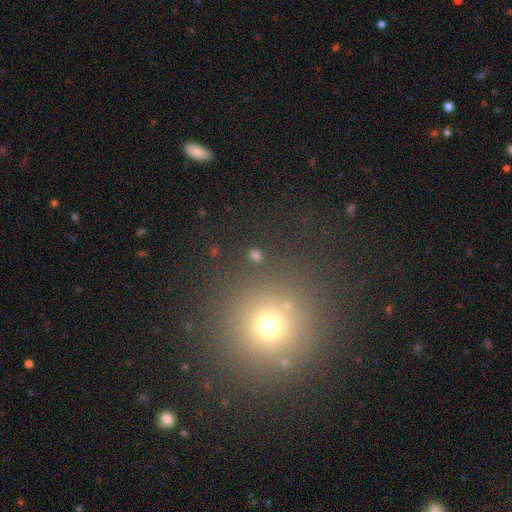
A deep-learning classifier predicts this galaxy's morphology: Smooth or featured?
  - smooth: 62% *
  - star or artifact: 29%
  - featured or disk: 8%
How rounded?
  - round: 88% *
  - in between: 11%
  - cigar-shaped: 2%
Merging?
  - none: 84% *
  - minor disturbance: 7%
  - merger: 5%
  - major disturbance: 4%